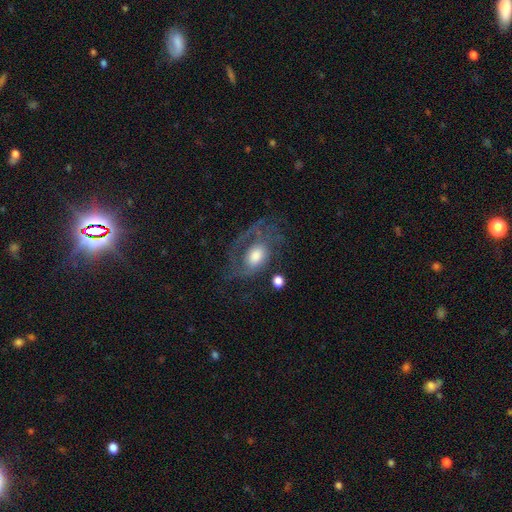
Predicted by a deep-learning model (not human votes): The model was most divided on "spiral arm count": 2: 33%, 1: 30%, can't tell: 24%, 3: 7%, 4: 3%, more than 4: 3%. Remaining: edge-on disk — no (97%); spiral arms — yes (78%); smooth or featured — featured or disk (70%); bar — no (69%); bulge size — moderate (45%); spiral winding — medium (42%); merging — none (42%).